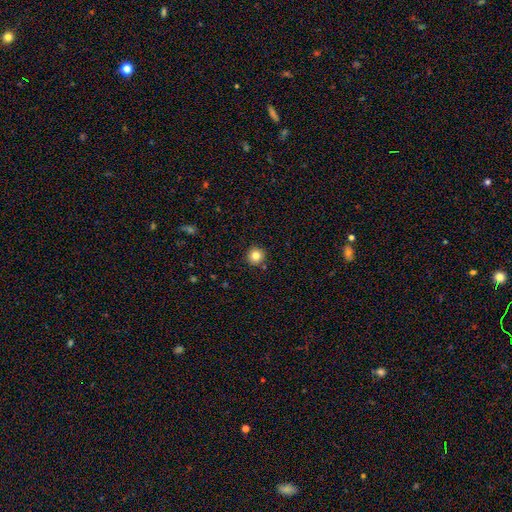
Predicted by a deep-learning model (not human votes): A smooth galaxy with no disk features (82%) that is round (95%). Merging: none (91%).